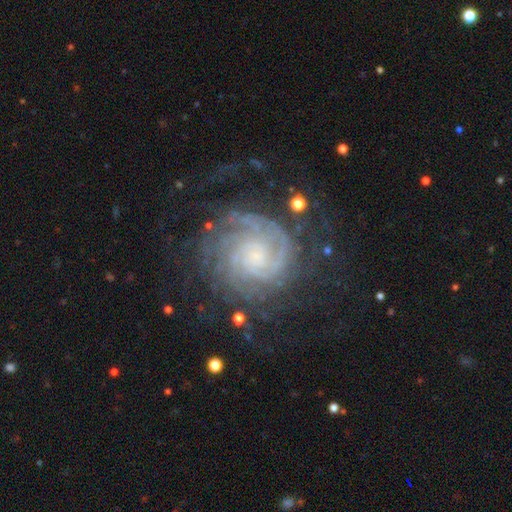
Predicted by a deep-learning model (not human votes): The model was most divided on "spiral arm count": can't tell: 32%, 3: 17%, 2: 16%, 4: 16%, more than 4: 12%, 1: 8%. More confident: edge-on disk — no (98%); spiral arms — yes (97%); smooth or featured — featured or disk (85%); bar — no (73%); spiral winding — tight (73%); merging — none (69%); bulge size — small (54%).